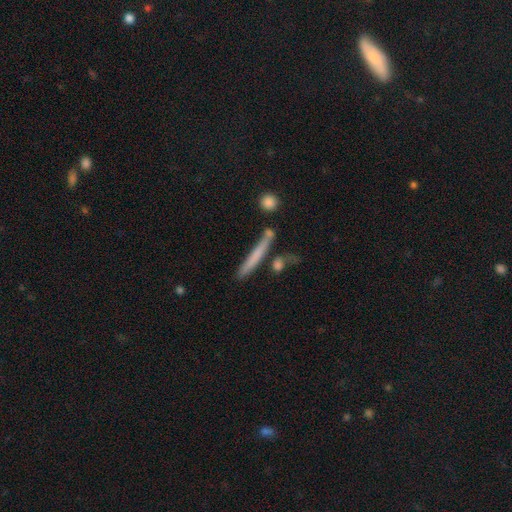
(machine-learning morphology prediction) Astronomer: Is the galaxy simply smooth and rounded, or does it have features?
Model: smooth — 59%.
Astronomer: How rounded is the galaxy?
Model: cigar-shaped — 94%.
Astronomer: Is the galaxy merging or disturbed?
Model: none — 71%.